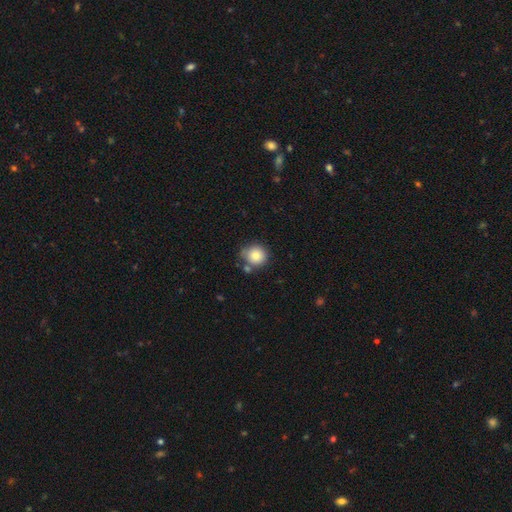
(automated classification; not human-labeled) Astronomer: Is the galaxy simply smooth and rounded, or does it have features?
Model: smooth — 84%.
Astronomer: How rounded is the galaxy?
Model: round — 91%.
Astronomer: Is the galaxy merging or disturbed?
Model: none — 67%.